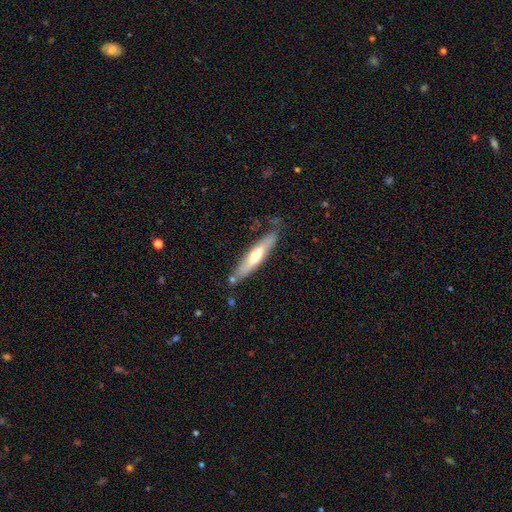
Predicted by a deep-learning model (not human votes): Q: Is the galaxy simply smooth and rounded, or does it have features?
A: featured or disk — 48%.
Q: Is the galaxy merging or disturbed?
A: none — 75%.